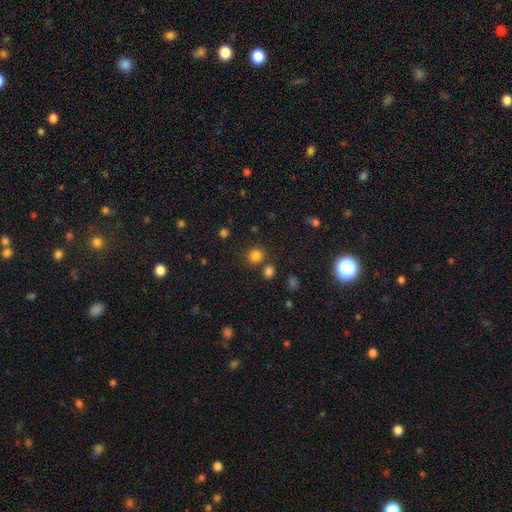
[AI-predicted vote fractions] This is clearly a smooth galaxy (81%). How rounded: clearly round (87%). Merging: likely none (76%).